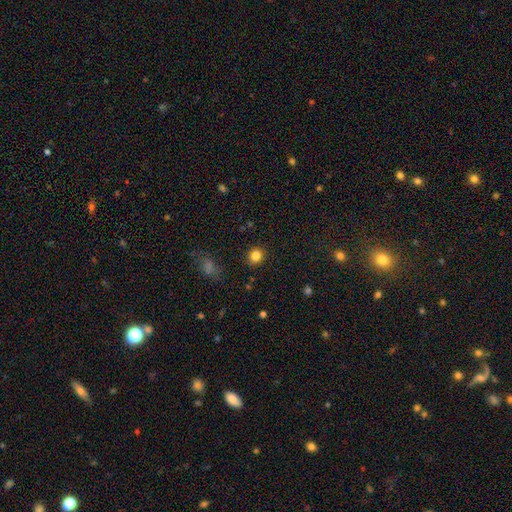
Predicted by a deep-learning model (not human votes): A smooth galaxy with no disk features (83%) that is round (81%).

Vote fractions:
- Smooth or featured? smooth: 83% / star or artifact: 12% / featured or disk: 5%
- How rounded? round: 81% / in between: 18% / cigar-shaped: 1%
- Merging? none: 89% / minor disturbance: 7% / major disturbance: 2% / merger: 1%